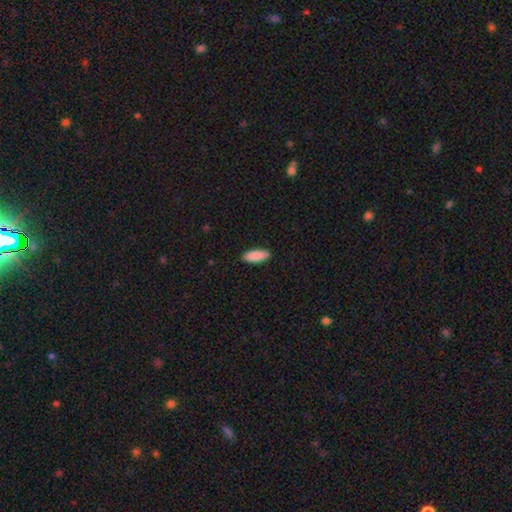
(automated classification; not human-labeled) Smooth or featured?
  - smooth: 89% *
  - star or artifact: 6%
  - featured or disk: 6%
How rounded?
  - in between: 72% *
  - cigar-shaped: 27%
  - round: 2%
Merging?
  - none: 90% *
  - minor disturbance: 8%
  - major disturbance: 2%
  - merger: 1%